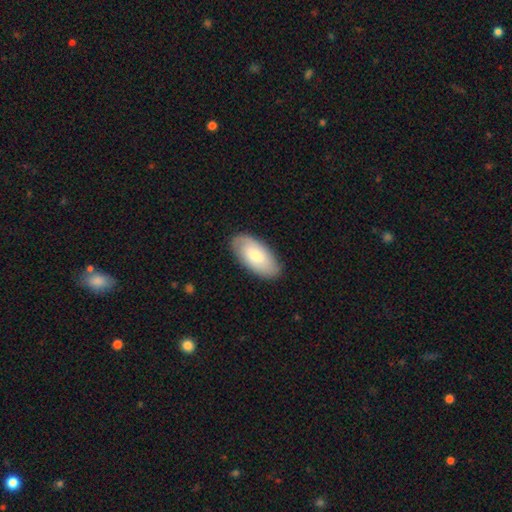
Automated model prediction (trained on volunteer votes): Smooth or featured? Predicted: smooth (p=0.62). How rounded? Predicted: in between (p=0.93). Merging? Predicted: none (p=0.85).